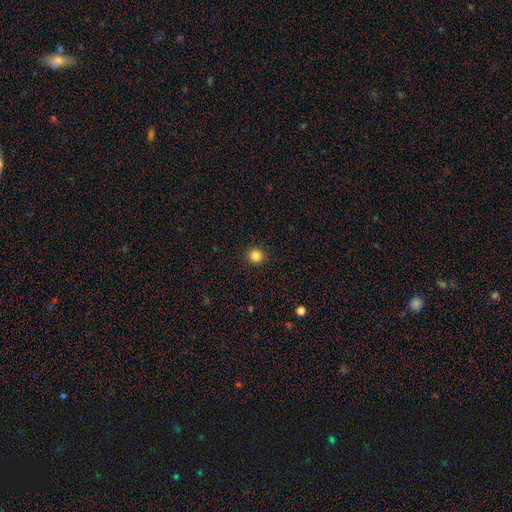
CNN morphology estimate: Q: Smooth or featured?
A: smooth (84%); runner-up: star or artifact (12%)
Q: How rounded?
A: round (94%); runner-up: in between (5%)
Q: Merging?
A: none (93%); runner-up: minor disturbance (5%)